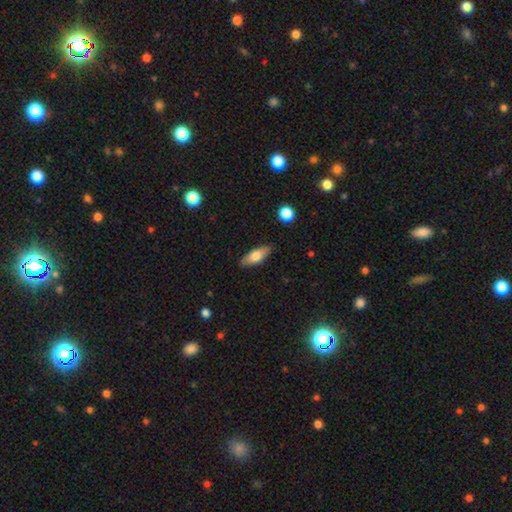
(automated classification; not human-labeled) This appears to be a smooth galaxy with no disk features (67%) that is in between round and cigar-shaped (70%). Merging: none (86%).